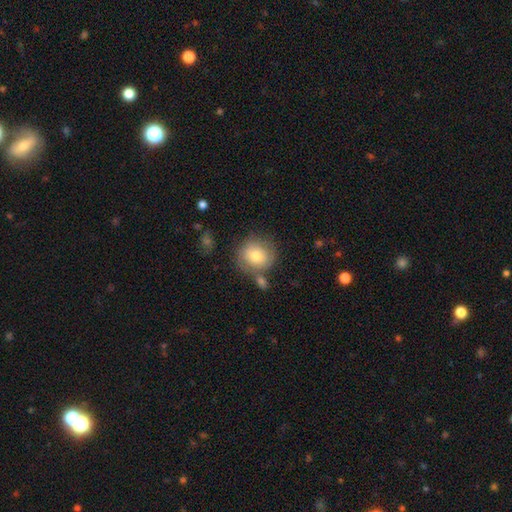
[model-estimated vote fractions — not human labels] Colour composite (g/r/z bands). It shows a smooth galaxy with no disk features (74%) that is round (89%). Merging: none (64%).